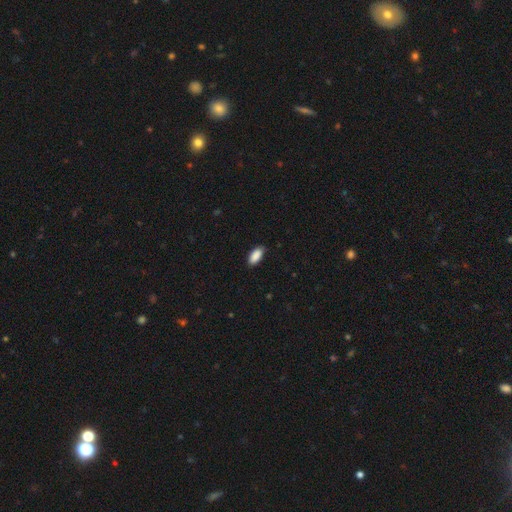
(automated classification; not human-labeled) A smooth galaxy with no disk features (90%) that is in between round and cigar-shaped (92%).

Vote fractions:
- Smooth or featured? smooth: 90% / star or artifact: 6% / featured or disk: 3%
- How rounded? in between: 92% / cigar-shaped: 6% / round: 2%
- Merging? none: 85% / minor disturbance: 12% / major disturbance: 2% / merger: 1%